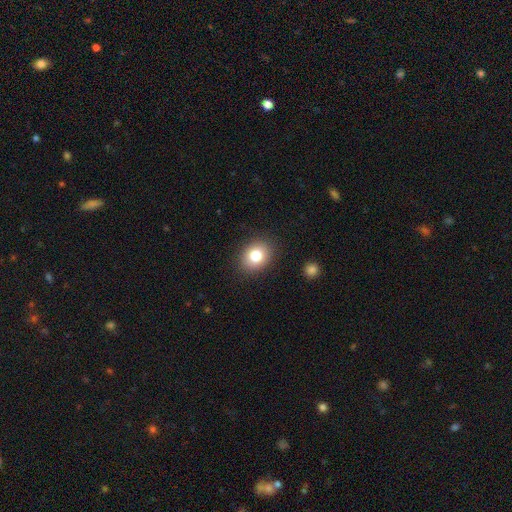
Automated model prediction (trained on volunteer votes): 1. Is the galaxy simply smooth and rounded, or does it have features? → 81% smooth, 10% featured or disk, 9% star or artifact.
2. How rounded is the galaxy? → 51% in between, 49% round, 1% cigar-shaped.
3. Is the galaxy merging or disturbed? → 88% none, 8% minor disturbance, 3% major disturbance, 1% merger.